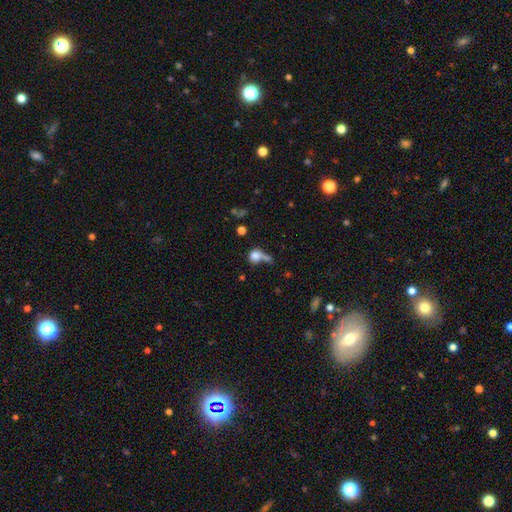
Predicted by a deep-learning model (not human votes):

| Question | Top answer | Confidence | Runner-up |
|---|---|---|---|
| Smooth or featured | smooth | 75% | featured or disk (14%) |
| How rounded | round | 68% | in between (29%) |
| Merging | merger | 35% | none (32%) |